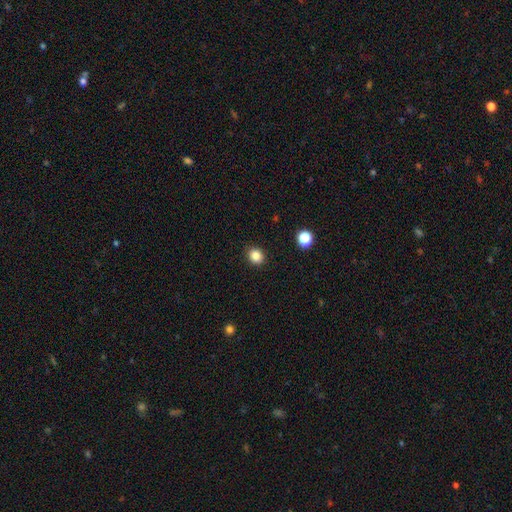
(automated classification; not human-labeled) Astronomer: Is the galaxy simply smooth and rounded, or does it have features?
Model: smooth — 85%.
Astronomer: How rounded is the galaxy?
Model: round — 72%.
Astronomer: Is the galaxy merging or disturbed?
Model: none — 90%.